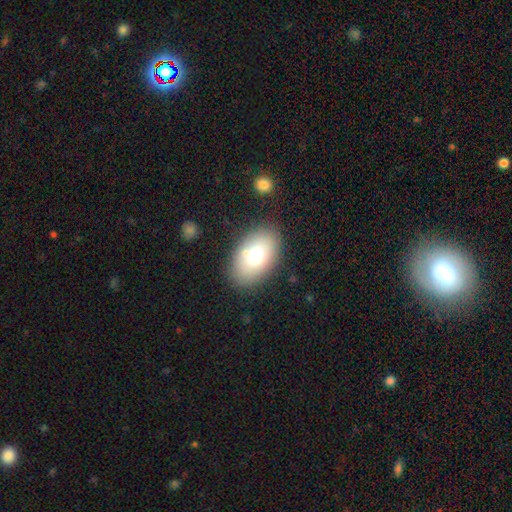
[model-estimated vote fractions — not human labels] Smooth or featured: smooth — 71% (featured or disk — 19%)
How rounded: in between — 86% (round — 13%)
Merging: none — 81% (minor disturbance — 12%)